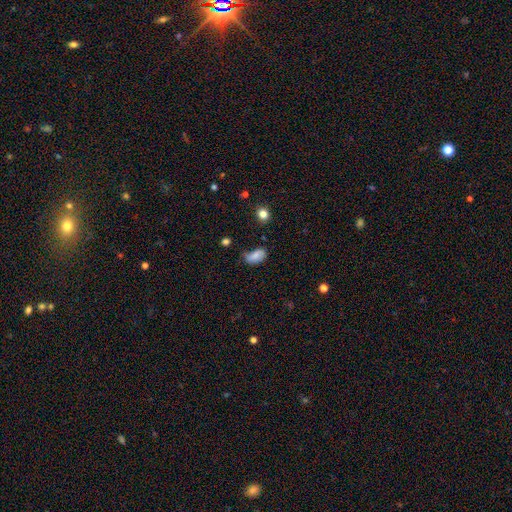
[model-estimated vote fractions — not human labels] A smooth galaxy with no disk features (75%) that is in between round and cigar-shaped (91%). Merging: none (45%).